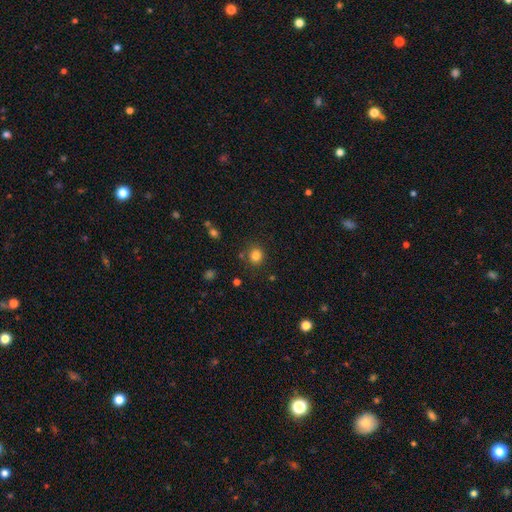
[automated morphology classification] This appears to be a smooth galaxy with no disk features (82%) that is round (85%). Merging: none (82%).